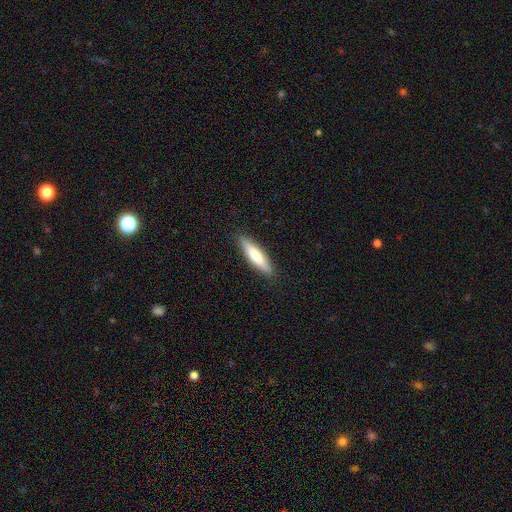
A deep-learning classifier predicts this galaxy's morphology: A smooth galaxy with no disk features (70%) that is cigar-shaped (73%).

Vote fractions:
- Smooth or featured? smooth: 70% / featured or disk: 25% / star or artifact: 5%
- How rounded? cigar-shaped: 73% / in between: 25% / round: 1%
- Merging? none: 89% / minor disturbance: 9% / major disturbance: 2% / merger: 1%